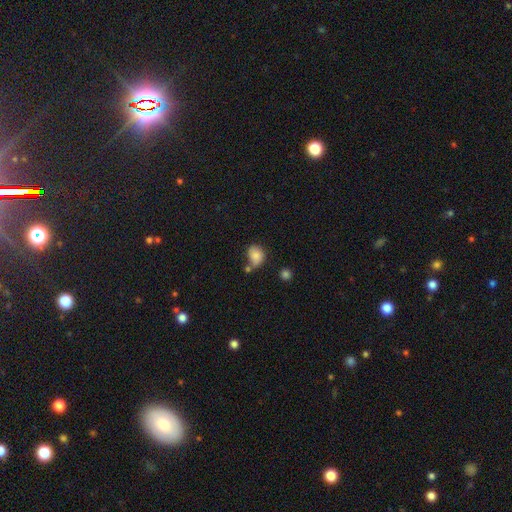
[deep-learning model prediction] Overall: smooth (79%). How rounded: round (53%; in between 46%). Merging: none (51%; minor disturbance 23%).